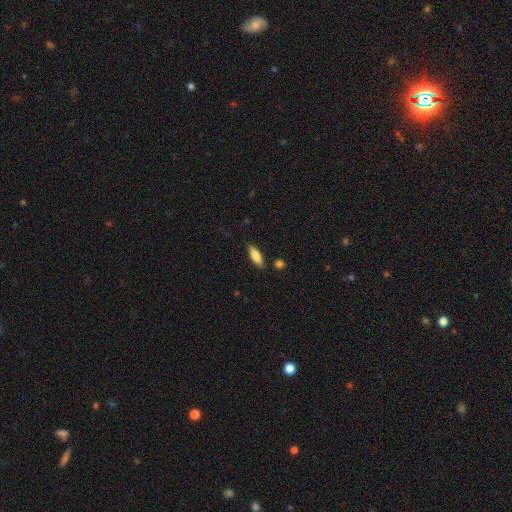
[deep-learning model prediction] Smooth or featured? smooth (82%)
How rounded? in between (61%)
Merging? none (84%)